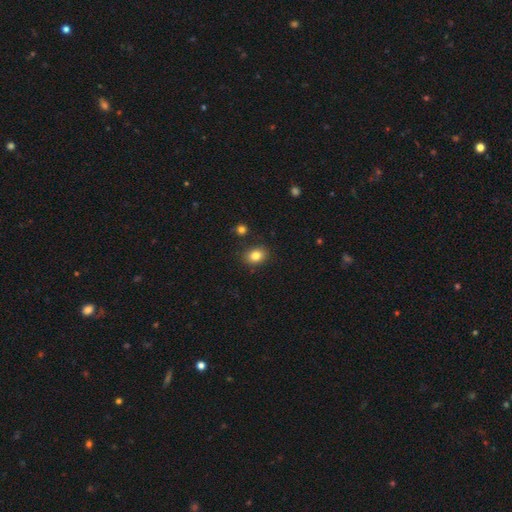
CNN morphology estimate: Smooth or featured: smooth — 83% (star or artifact — 10%)
How rounded: in between — 62% (round — 37%)
Merging: none — 85% (minor disturbance — 9%)